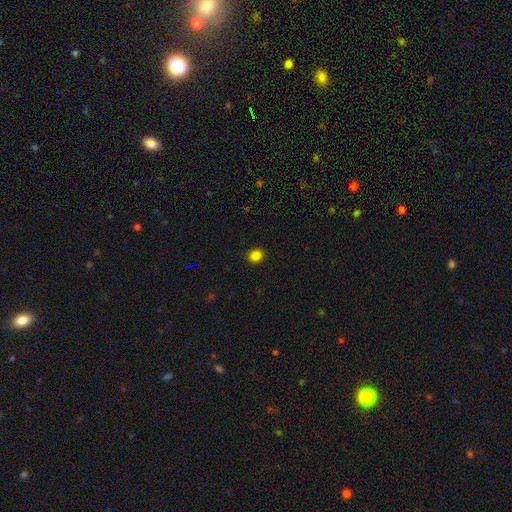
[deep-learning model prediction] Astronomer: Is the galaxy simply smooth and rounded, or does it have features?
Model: smooth — 84%.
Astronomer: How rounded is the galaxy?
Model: round — 74%.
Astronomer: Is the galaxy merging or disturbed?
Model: none — 92%.